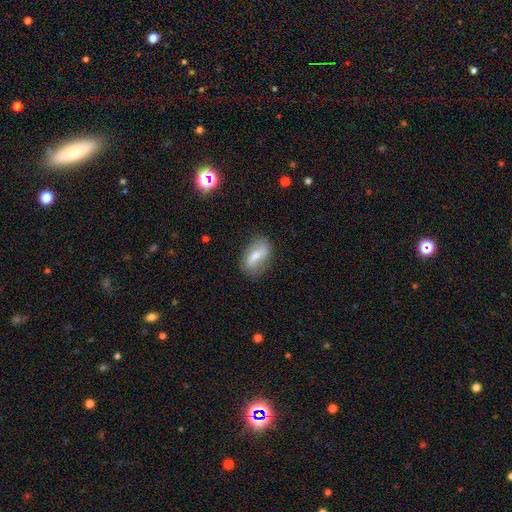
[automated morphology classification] Smooth or featured?
  - featured or disk: 52% *
  - smooth: 40%
  - star or artifact: 7%
Edge-on disk?
  - no: 86% *
  - yes: 14%
Merging?
  - none: 77% *
  - minor disturbance: 16%
  - major disturbance: 5%
  - merger: 2%